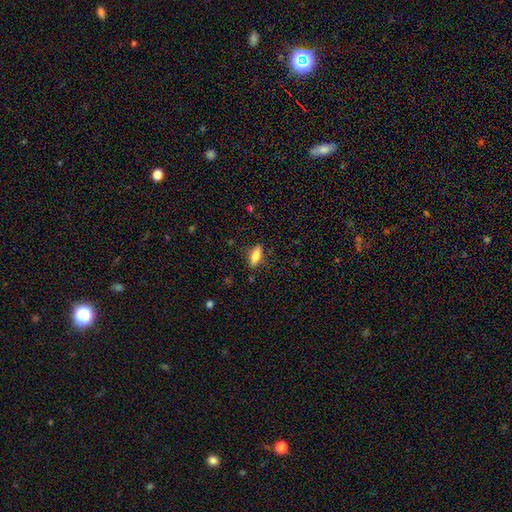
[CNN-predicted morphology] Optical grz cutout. It shows a smooth galaxy with no disk features (77%) that is in between round and cigar-shaped (78%). Merging: none (85%).